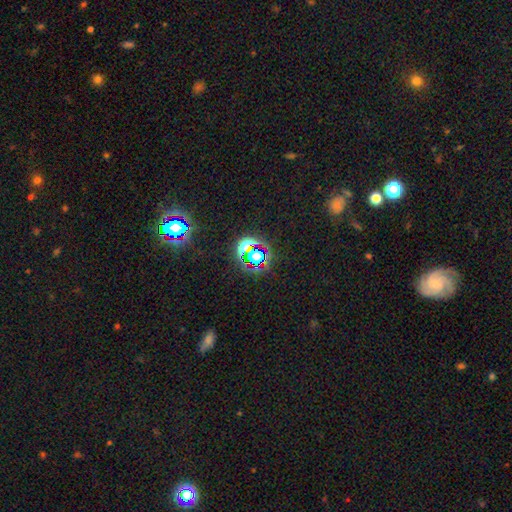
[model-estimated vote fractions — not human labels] Overall: star or artifact (67%).